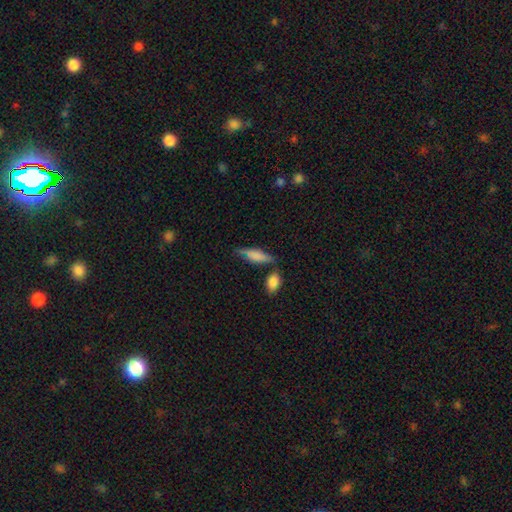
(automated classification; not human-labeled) smooth 70%, featured or disk 23%, star or artifact 7%. Down the decision tree: how rounded — cigar-shaped (49%); merging — none (58%).